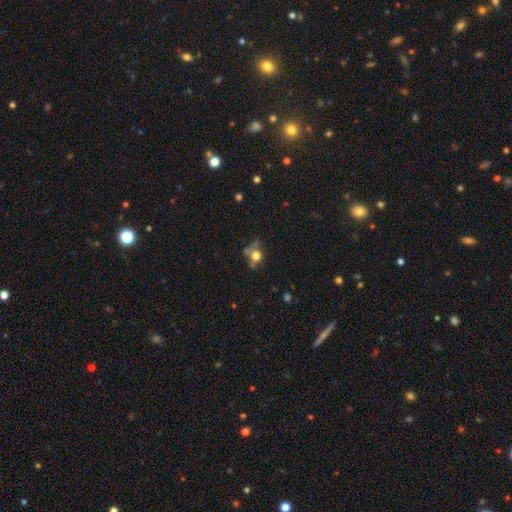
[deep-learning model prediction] Smooth or featured?
  - smooth: 66% *
  - featured or disk: 19%
  - star or artifact: 15%
How rounded?
  - round: 73% *
  - in between: 25%
  - cigar-shaped: 1%
Merging?
  - none: 45% *
  - merger: 21%
  - minor disturbance: 19%
  - major disturbance: 15%